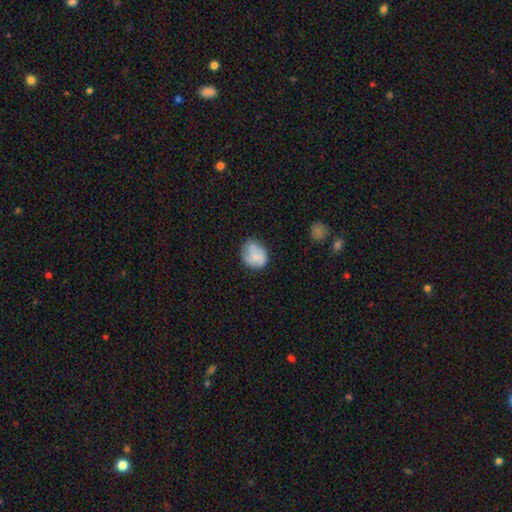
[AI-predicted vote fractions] smooth-or-featured: smooth: 74% | featured or disk: 18% | star or artifact: 8%
  how-rounded: round: 64% | in between: 35% | cigar-shaped: 1%
  merging: none: 62% | minor disturbance: 28% | major disturbance: 8% | merger: 2%